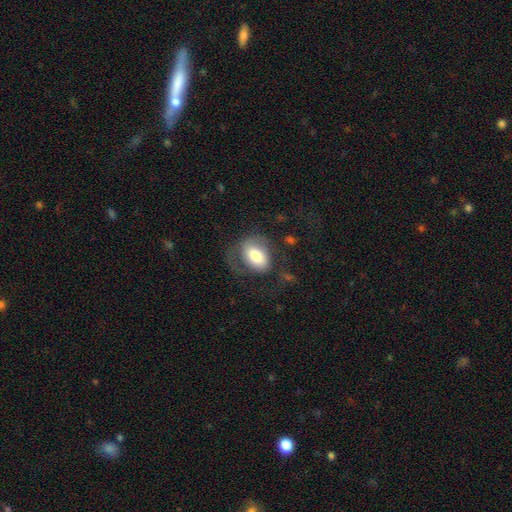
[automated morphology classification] Smooth or featured?
  - smooth: 60% *
  - featured or disk: 33%
  - star or artifact: 7%
How rounded?
  - in between: 79% *
  - round: 19%
  - cigar-shaped: 1%
Merging?
  - none: 44% *
  - major disturbance: 34%
  - minor disturbance: 20%
  - merger: 2%